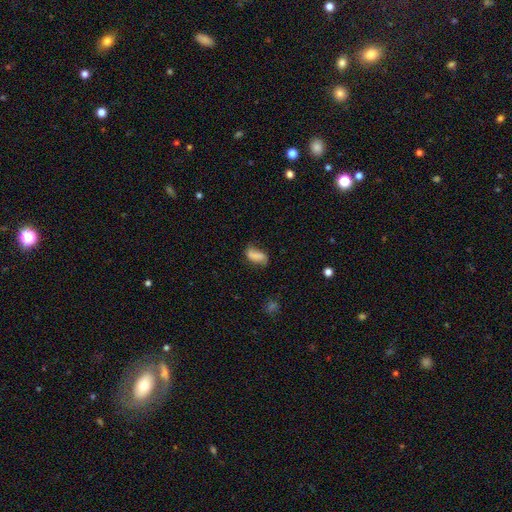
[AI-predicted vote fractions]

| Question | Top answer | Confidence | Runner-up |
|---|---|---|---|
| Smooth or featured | smooth | 69% | featured or disk (22%) |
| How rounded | in between | 84% | cigar-shaped (11%) |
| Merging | none | 51% | minor disturbance (31%) |